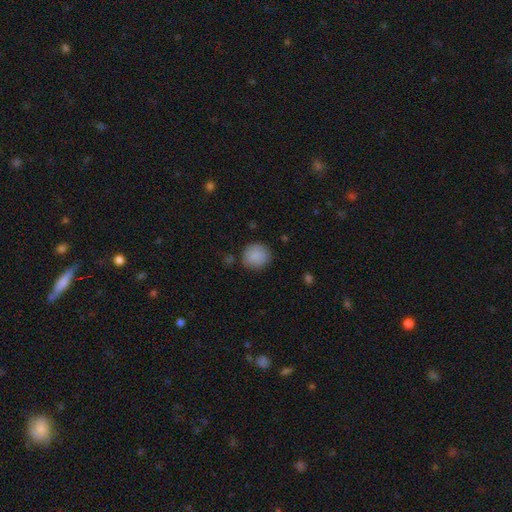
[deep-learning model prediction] Overall: smooth (88%). How rounded: round (87%). Merging: none (83%).